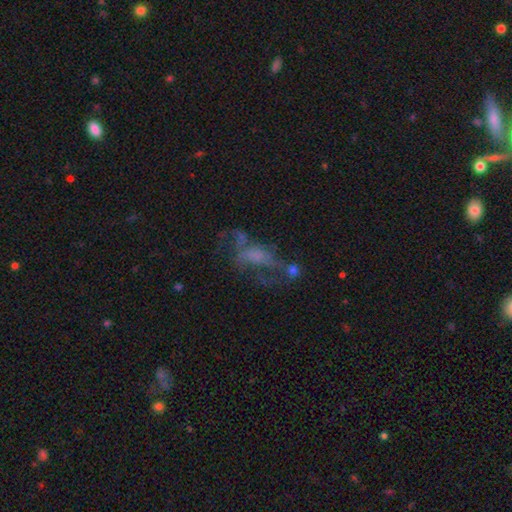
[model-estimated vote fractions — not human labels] Smooth or featured? Predicted: featured or disk (p=0.55). Edge-on disk? Predicted: no (p=0.93). Bar? Predicted: no (p=0.74). Spiral arms? Predicted: no (p=0.63). Bulge size? Predicted: none (p=0.49). Merging? Predicted: major disturbance (p=0.42).